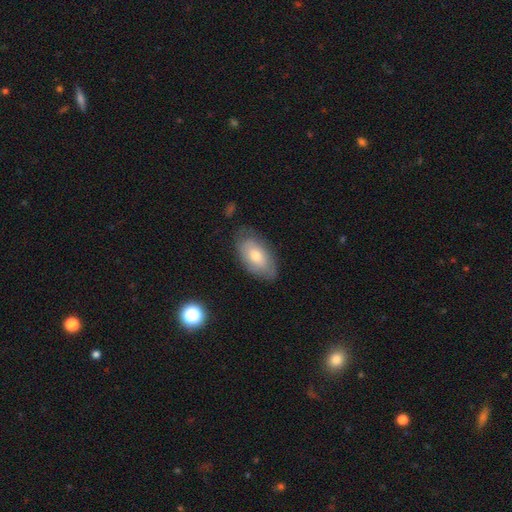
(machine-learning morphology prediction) Smooth or featured: smooth — 59% (featured or disk — 33%)
How rounded: in between — 93% (round — 4%)
Merging: none — 75% (minor disturbance — 19%)